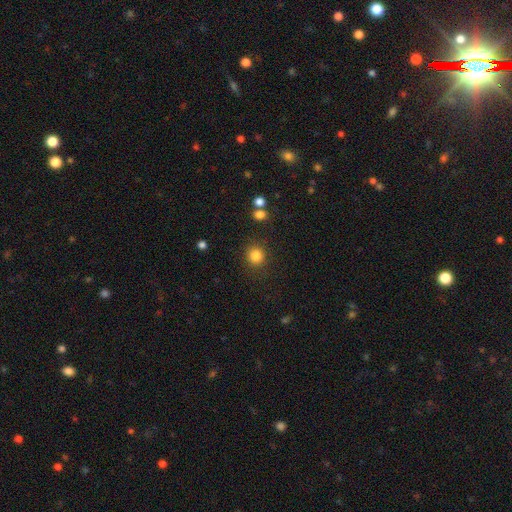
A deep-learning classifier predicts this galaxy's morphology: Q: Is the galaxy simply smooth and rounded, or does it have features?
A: smooth — 84%.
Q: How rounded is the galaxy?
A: round — 91%.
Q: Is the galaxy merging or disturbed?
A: none — 87%.